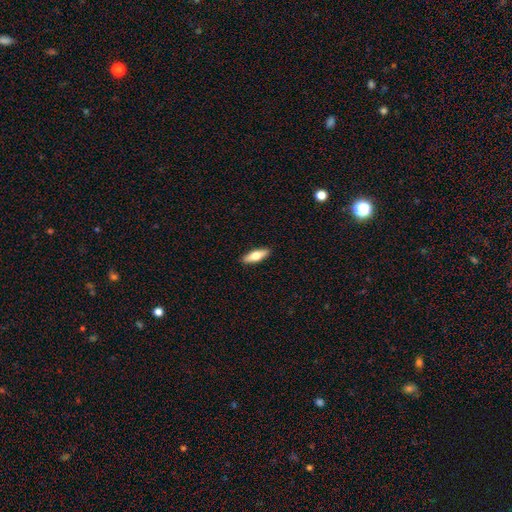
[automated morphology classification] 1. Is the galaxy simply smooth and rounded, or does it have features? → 67% smooth, 27% featured or disk, 6% star or artifact.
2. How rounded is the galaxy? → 53% in between, 45% cigar-shaped, 2% round.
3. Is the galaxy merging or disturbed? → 91% none, 7% minor disturbance, 2% major disturbance, 1% merger.